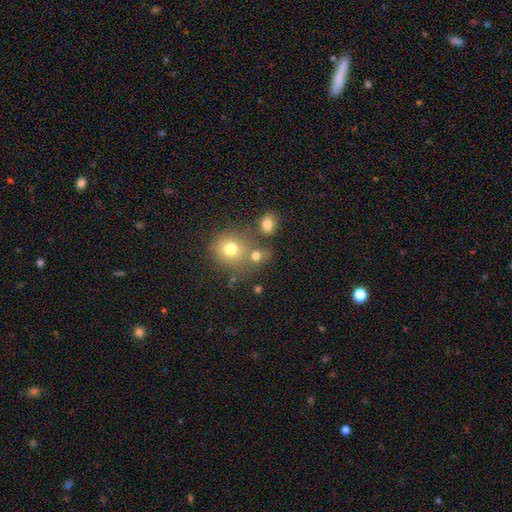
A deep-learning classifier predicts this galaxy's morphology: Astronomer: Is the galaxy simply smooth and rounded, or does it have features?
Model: smooth — 74%.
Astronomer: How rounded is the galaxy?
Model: round — 76%.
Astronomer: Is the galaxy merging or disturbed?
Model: none — 58%.